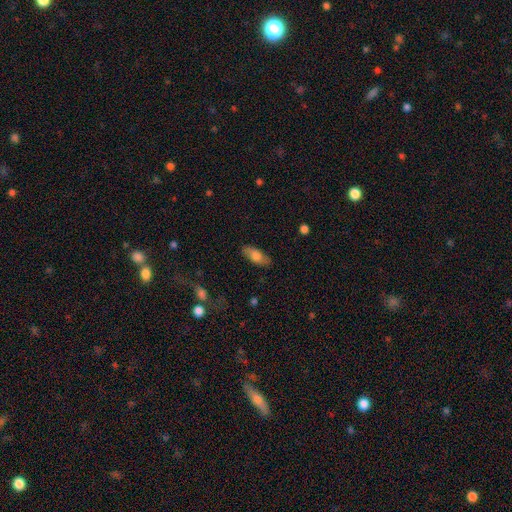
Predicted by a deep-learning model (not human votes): Q: Smooth or featured?
A: smooth (69%); runner-up: featured or disk (24%)
Q: How rounded?
A: in between (79%); runner-up: cigar-shaped (18%)
Q: Merging?
A: none (83%); runner-up: minor disturbance (12%)